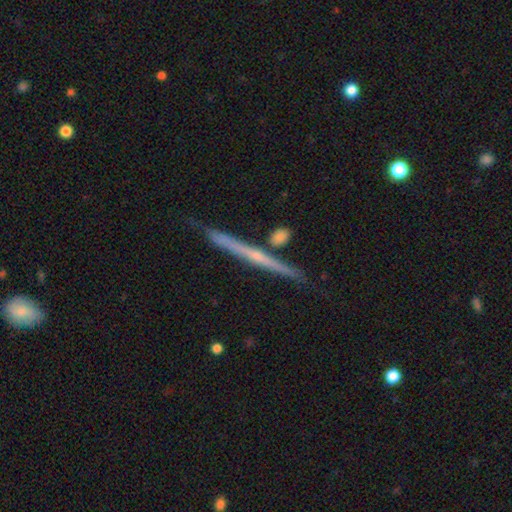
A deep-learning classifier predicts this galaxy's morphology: This is likely a featured or disk galaxy (70%). It is clearly viewed edge-on (98%). Edge-on bulge: possibly none (53%). Merging: clearly none (83%).